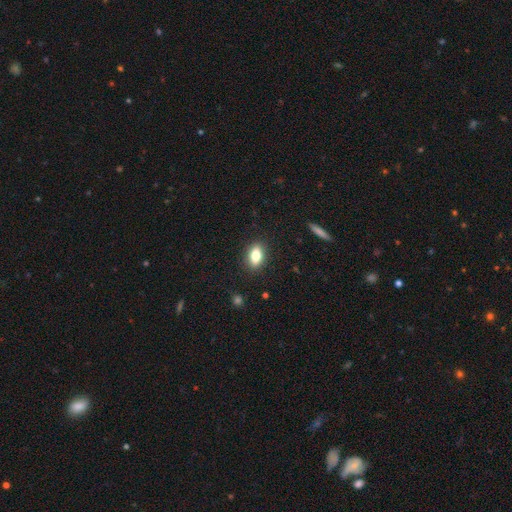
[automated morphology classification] Smooth or featured?
  - smooth: 80% *
  - featured or disk: 11%
  - star or artifact: 9%
How rounded?
  - in between: 85% *
  - round: 10%
  - cigar-shaped: 5%
Merging?
  - none: 88% *
  - minor disturbance: 9%
  - major disturbance: 2%
  - merger: 1%